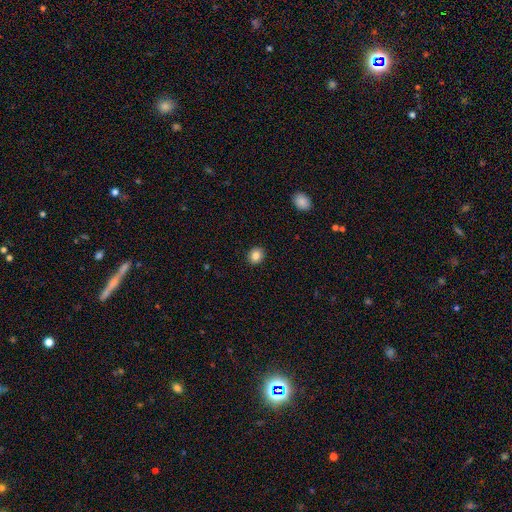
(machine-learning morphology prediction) smooth-or-featured: smooth: 85% | star or artifact: 9% | featured or disk: 6%
  how-rounded: round: 68% | in between: 32% | cigar-shaped: 1%
  merging: none: 91% | minor disturbance: 6% | major disturbance: 2% | merger: 1%